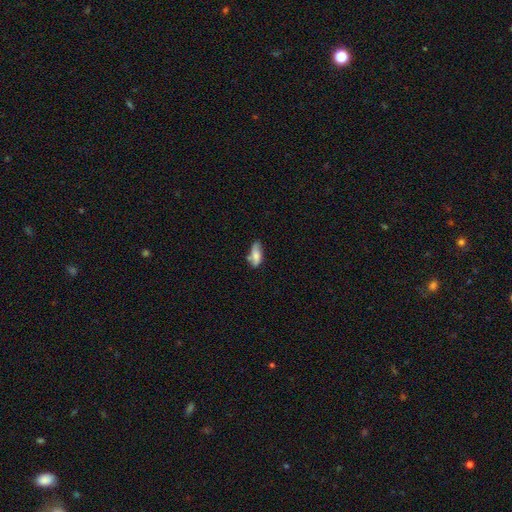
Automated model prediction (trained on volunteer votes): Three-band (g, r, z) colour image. It shows a smooth galaxy with no disk features (70%) that is in between round and cigar-shaped (80%). Merging: none (51%).